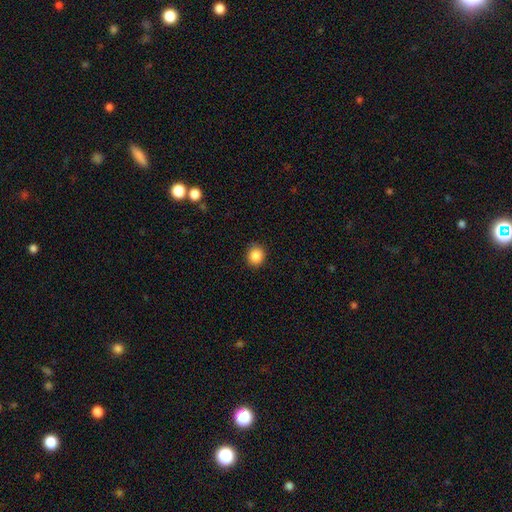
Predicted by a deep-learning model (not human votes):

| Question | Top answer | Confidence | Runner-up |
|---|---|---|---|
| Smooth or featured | smooth | 87% | star or artifact (9%) |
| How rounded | round | 81% | in between (18%) |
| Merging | none | 89% | minor disturbance (8%) |